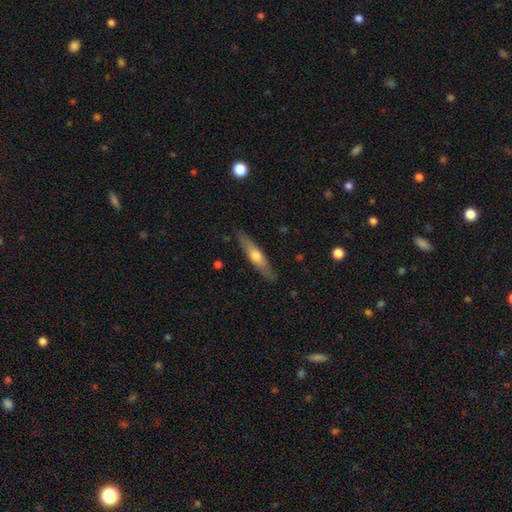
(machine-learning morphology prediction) This is possibly a featured or disk galaxy (48%). Merging: clearly none (87%).